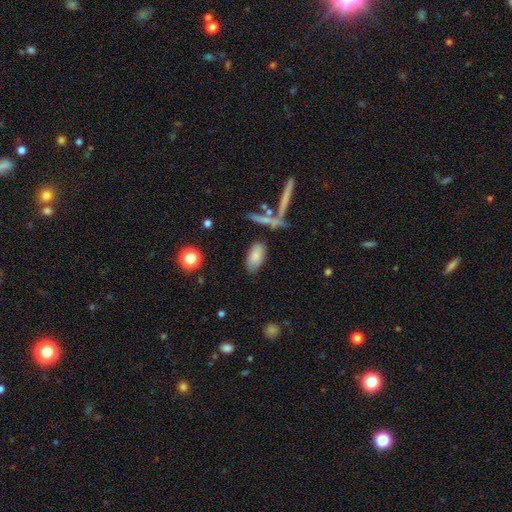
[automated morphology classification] Smooth or featured? smooth (81%)
How rounded? in between (91%)
Merging? none (74%)